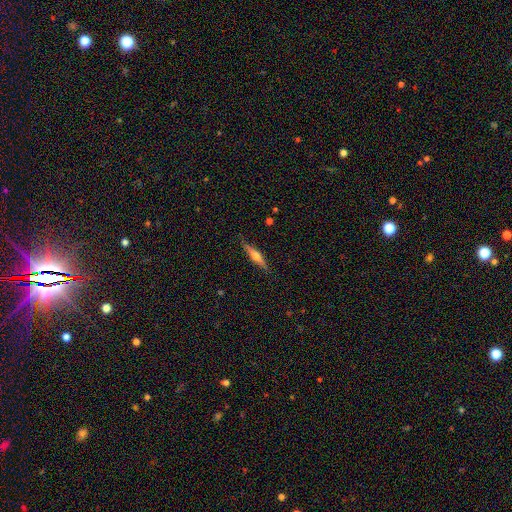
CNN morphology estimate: smooth-or-featured: featured or disk: 63% | smooth: 31% | star or artifact: 6%
  disk-edge-on: yes: 96% | no: 4%
    edge-on-bulge: rounded: 91% | boxy: 5% | none: 4%
  merging: none: 87% | minor disturbance: 10% | major disturbance: 2% | merger: 1%